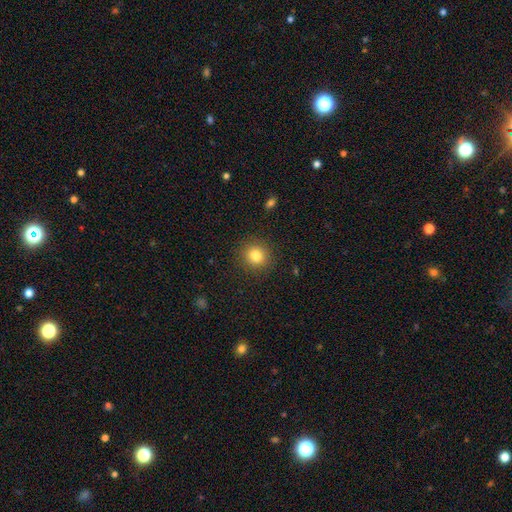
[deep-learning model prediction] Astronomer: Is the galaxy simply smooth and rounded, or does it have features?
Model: smooth — 82%.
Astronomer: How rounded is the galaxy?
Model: round — 90%.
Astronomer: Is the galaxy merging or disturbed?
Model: none — 90%.